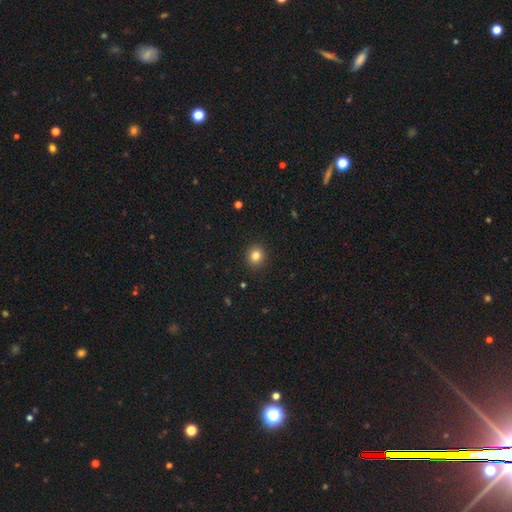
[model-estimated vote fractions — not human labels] Smooth or featured: smooth — 82% (star or artifact — 12%)
How rounded: round — 82% (in between — 17%)
Merging: none — 91% (minor disturbance — 6%)